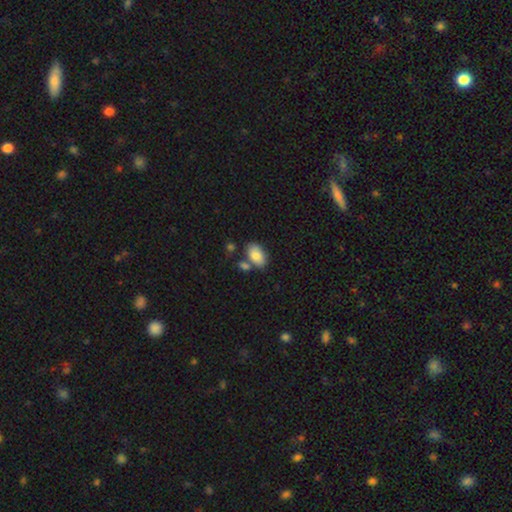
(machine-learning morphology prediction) Q: Smooth or featured?
A: smooth (82%); runner-up: featured or disk (11%)
Q: How rounded?
A: in between (93%); runner-up: round (6%)
Q: Merging?
A: none (64%); runner-up: merger (18%)